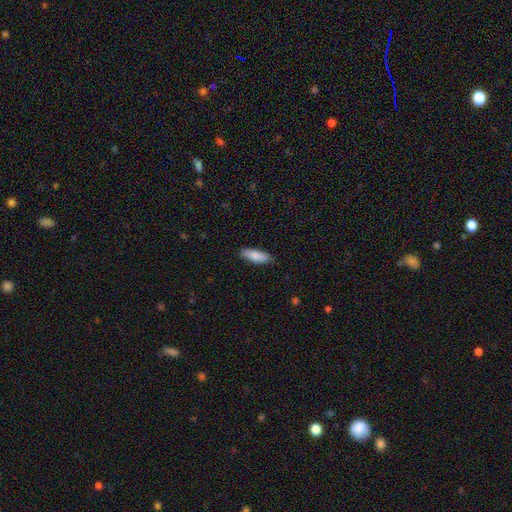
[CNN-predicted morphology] smooth 84%, featured or disk 10%, star or artifact 6%. Down the decision tree: how rounded — in between (67%); merging — none (86%).